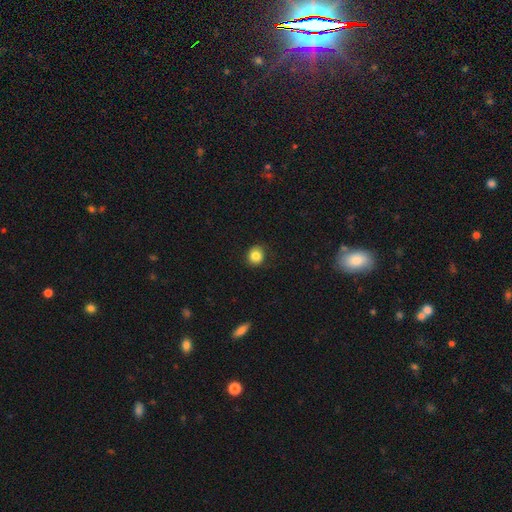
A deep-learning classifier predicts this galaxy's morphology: smooth_or_featured: smooth (p=0.84) [alt: star or artifact p=0.10]
how_rounded: round (p=0.82) [alt: in between p=0.18]
merging: none (p=0.87) [alt: minor disturbance p=0.09]